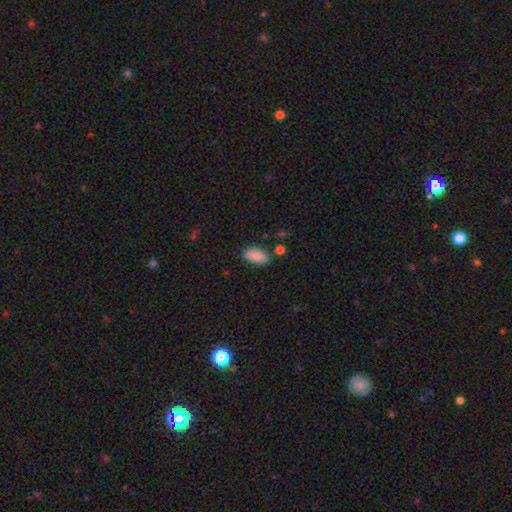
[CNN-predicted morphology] type=smooth (88%); roundness=in between (93%); merging=none (79%).